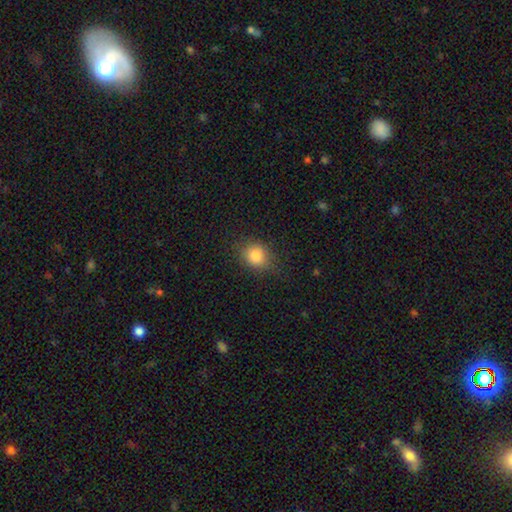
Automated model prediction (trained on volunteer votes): Smooth or featured?
  - smooth: 83% *
  - star or artifact: 11%
  - featured or disk: 7%
How rounded?
  - round: 63% *
  - in between: 36%
  - cigar-shaped: 1%
Merging?
  - none: 80% *
  - minor disturbance: 15%
  - major disturbance: 5%
  - merger: 1%